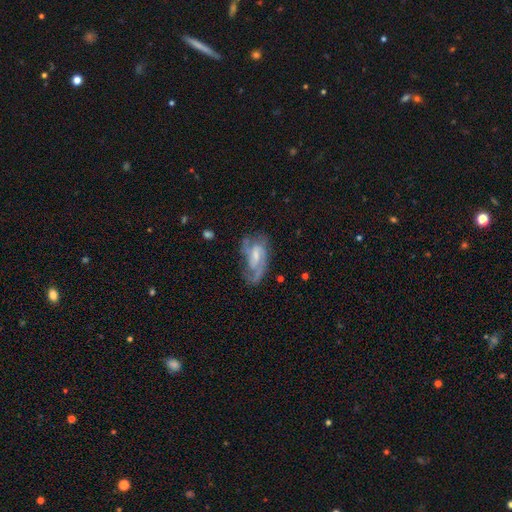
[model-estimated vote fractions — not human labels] Q: Smooth or featured?
A: featured or disk (80%); runner-up: smooth (14%)
Q: Edge-on disk?
A: no (96%); runner-up: yes (4%)
Q: Bar?
A: weak (52%); runner-up: no (31%)
Q: Spiral arms?
A: yes (92%); runner-up: no (8%)
Q: Spiral winding?
A: medium (49%); runner-up: tight (30%)
Q: Spiral arm count?
A: 2 (58%); runner-up: can't tell (16%)
Q: Bulge size?
A: small (47%); runner-up: moderate (35%)
Q: Merging?
A: none (56%); runner-up: minor disturbance (23%)